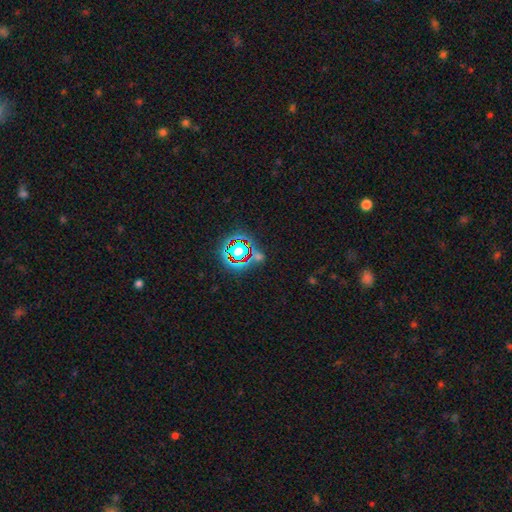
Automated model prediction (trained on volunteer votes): A star or artifact, not a galaxy (73%).